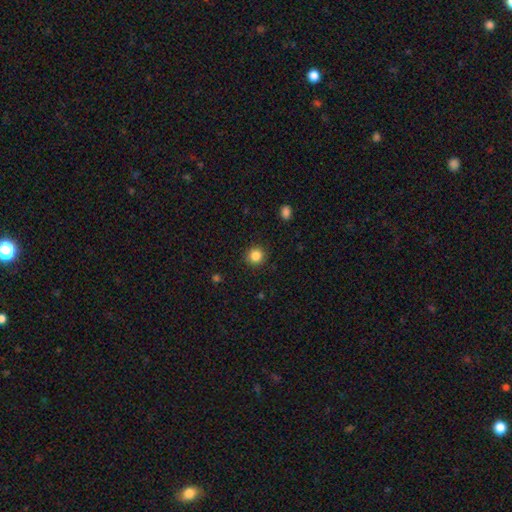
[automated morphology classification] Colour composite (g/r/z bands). It shows a smooth galaxy with no disk features (86%) that is round (92%). Merging: none (90%).